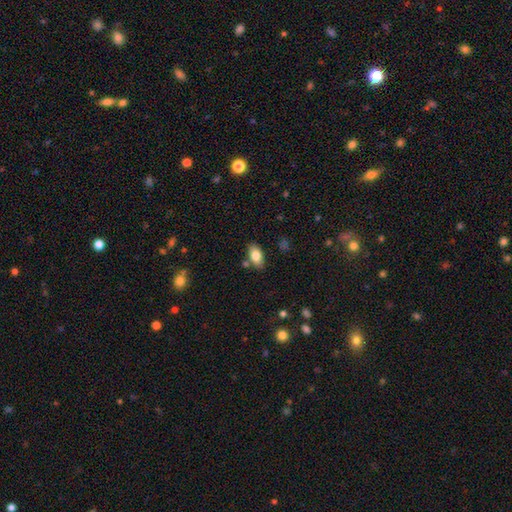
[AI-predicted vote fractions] A smooth galaxy with no disk features (81%) that is in between round and cigar-shaped (91%).

Vote fractions:
- Smooth or featured? smooth: 81% / featured or disk: 12% / star or artifact: 7%
- How rounded? in between: 91% / cigar-shaped: 5% / round: 4%
- Merging? none: 80% / minor disturbance: 12% / merger: 6% / major disturbance: 3%